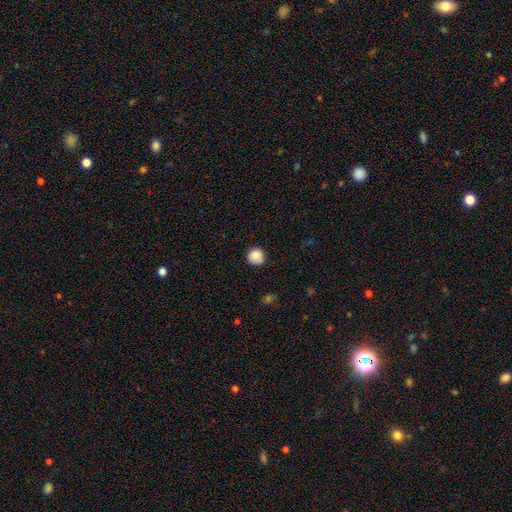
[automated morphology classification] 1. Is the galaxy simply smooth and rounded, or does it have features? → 87% smooth, 9% star or artifact, 4% featured or disk.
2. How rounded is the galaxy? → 93% round, 6% in between, 1% cigar-shaped.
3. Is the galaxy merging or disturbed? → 85% none, 11% minor disturbance, 2% major disturbance, 1% merger.